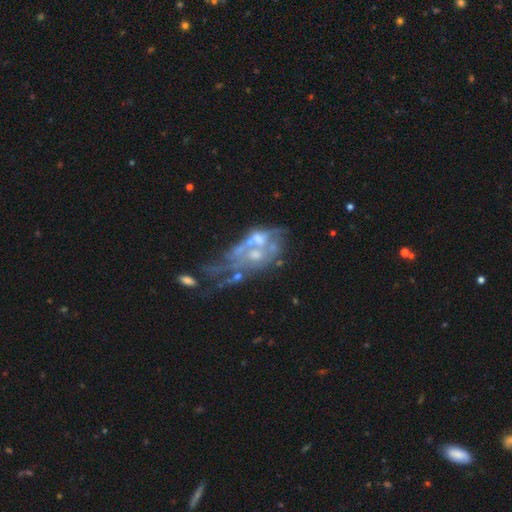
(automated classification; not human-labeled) Smooth or featured: featured or disk — 72% (smooth — 16%)
Edge-on disk: no — 95% (yes — 5%)
Bar: no — 82% (weak — 14%)
Spiral arms: no — 65% (yes — 35%)
Bulge size: moderate — 35% (small — 31%)
Merging: major disturbance — 34% (tied with merger — 34%)